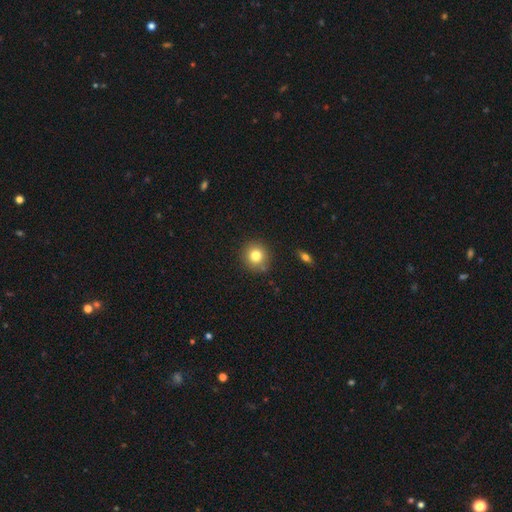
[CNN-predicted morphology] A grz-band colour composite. It shows a smooth galaxy with no disk features (80%) that is round (91%). Merging: none (85%).